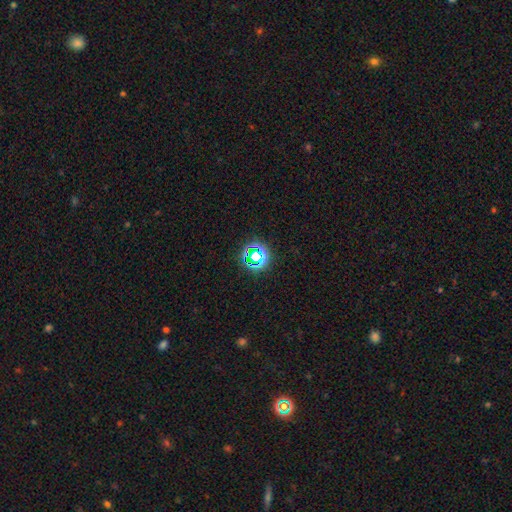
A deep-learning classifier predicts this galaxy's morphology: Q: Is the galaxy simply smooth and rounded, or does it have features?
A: star or artifact — 64%.